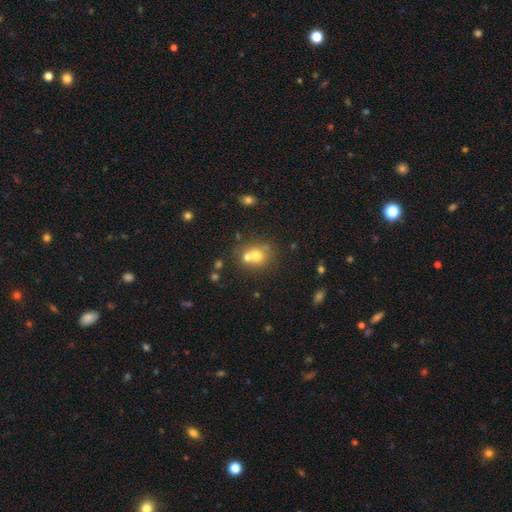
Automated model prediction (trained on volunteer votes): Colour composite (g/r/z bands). It shows a smooth galaxy with no disk features (65%) that is round (77%). Merging: merger (48%).